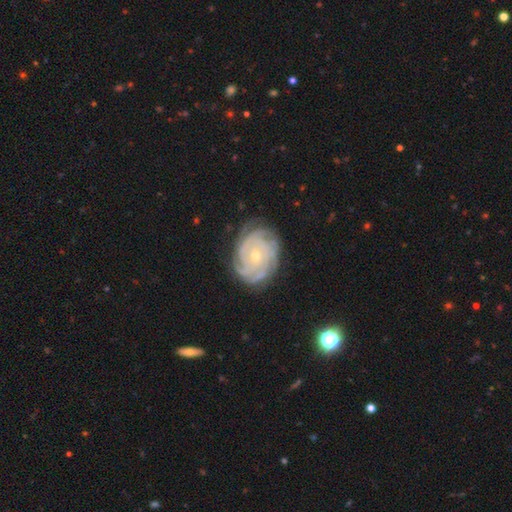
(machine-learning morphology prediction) Smooth or featured: featured or disk — 88% (smooth — 7%)
Edge-on disk: no — 97% (yes — 3%)
Bar: no — 79% (weak — 16%)
Spiral arms: yes — 97% (no — 3%)
Spiral winding: tight — 82% (medium — 15%)
Spiral arm count: can't tell — 27% (4 — 25%)
Bulge size: small — 64% (moderate — 34%)
Merging: none — 78% (minor disturbance — 16%)